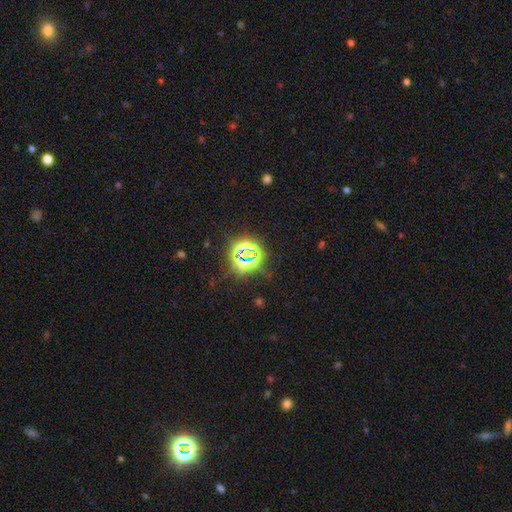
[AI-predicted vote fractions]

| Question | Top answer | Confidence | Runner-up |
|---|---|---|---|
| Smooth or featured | star or artifact | 79% | smooth (13%) |